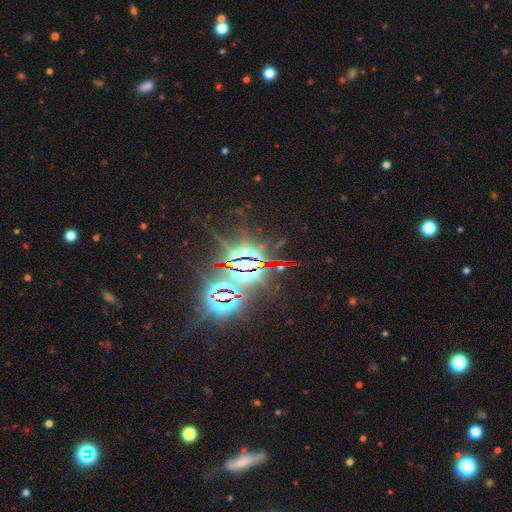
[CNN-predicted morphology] A star or artifact, not a galaxy (85%).